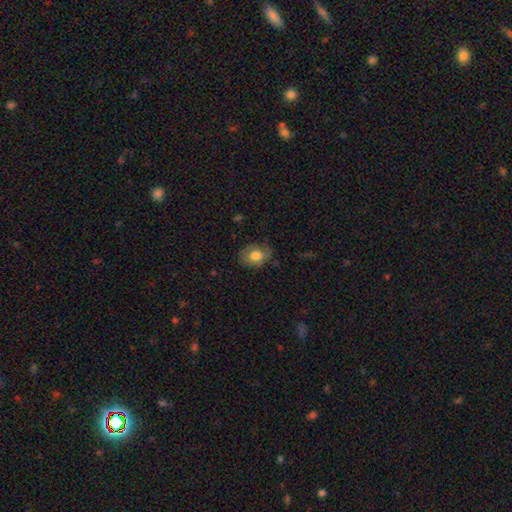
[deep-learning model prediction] Overall: smooth (72%). How rounded: in between (62%; round 37%). Merging: none (72%).